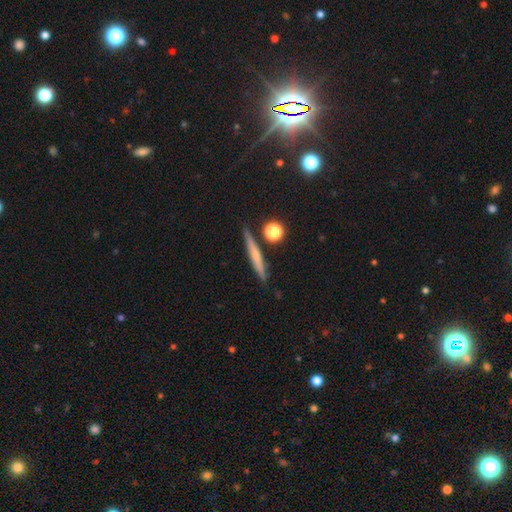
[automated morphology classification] This appears to be a smooth galaxy with no disk features (50%) that is cigar-shaped (90%). Merging: none (83%).